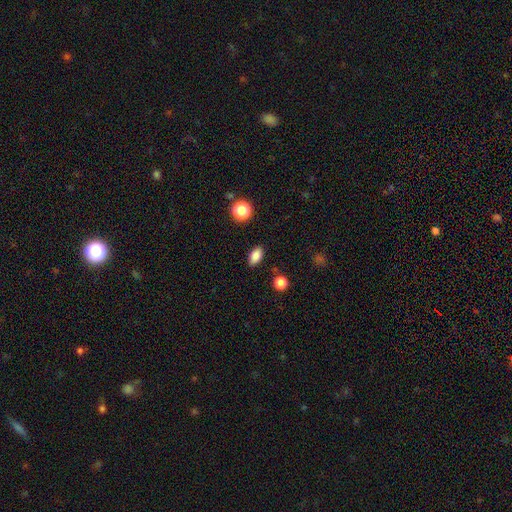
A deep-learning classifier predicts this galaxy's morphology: smooth_or_featured: smooth (p=0.85) [alt: star or artifact p=0.10]
how_rounded: in between (p=0.87) [alt: round p=0.10]
merging: none (p=0.87) [alt: minor disturbance p=0.09]